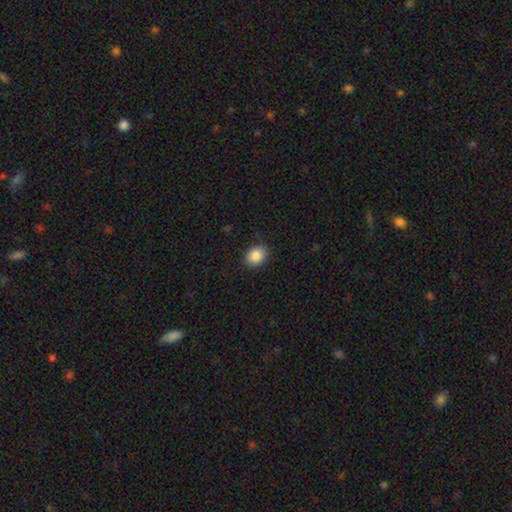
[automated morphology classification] This appears to be a smooth galaxy with no disk features (86%) that is round (53%). Merging: none (85%).